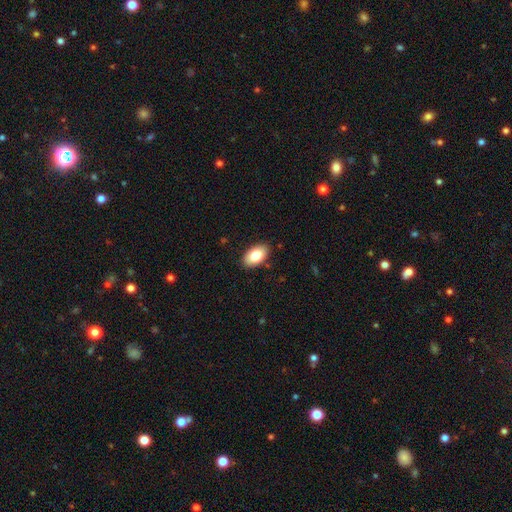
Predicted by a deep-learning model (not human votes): smooth-or-featured: smooth: 83% | featured or disk: 10% | star or artifact: 7%
  how-rounded: in between: 94% | round: 4% | cigar-shaped: 2%
  merging: none: 88% | minor disturbance: 9% | major disturbance: 2% | merger: 1%